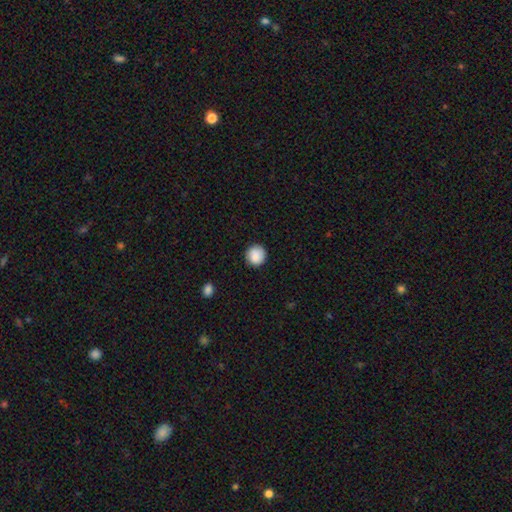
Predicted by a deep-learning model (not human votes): Q: Smooth or featured?
A: smooth (88%); runner-up: star or artifact (8%)
Q: How rounded?
A: round (93%); runner-up: in between (6%)
Q: Merging?
A: none (89%); runner-up: minor disturbance (8%)